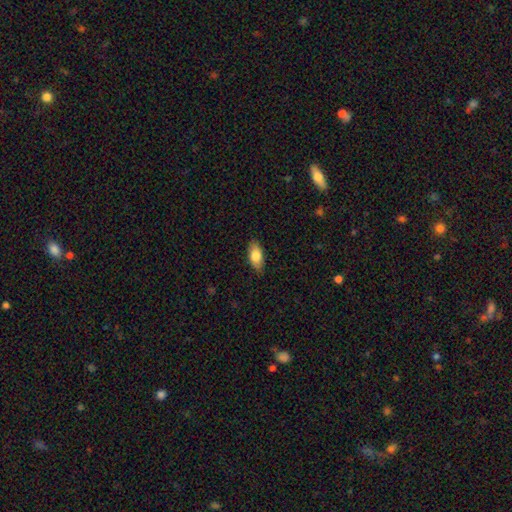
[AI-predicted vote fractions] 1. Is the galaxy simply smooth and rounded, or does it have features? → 81% smooth, 13% featured or disk, 6% star or artifact.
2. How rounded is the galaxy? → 88% in between, 9% cigar-shaped, 3% round.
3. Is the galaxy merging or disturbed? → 86% none, 11% minor disturbance, 2% major disturbance, 1% merger.